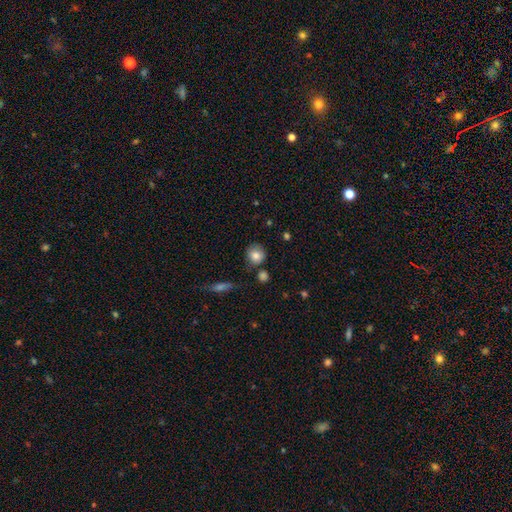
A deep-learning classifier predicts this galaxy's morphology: smooth_or_featured: smooth (p=0.82) [alt: featured or disk p=0.09]
how_rounded: round (p=0.84) [alt: in between p=0.15]
merging: none (p=0.76) [alt: minor disturbance p=0.14]